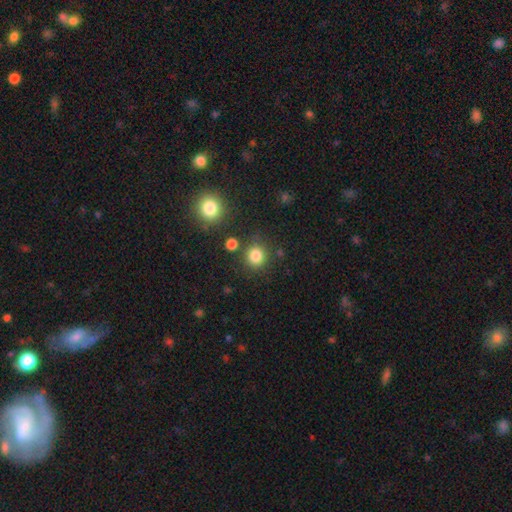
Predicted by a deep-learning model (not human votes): Overall: smooth (82%). How rounded: round (87%). Merging: none (82%).